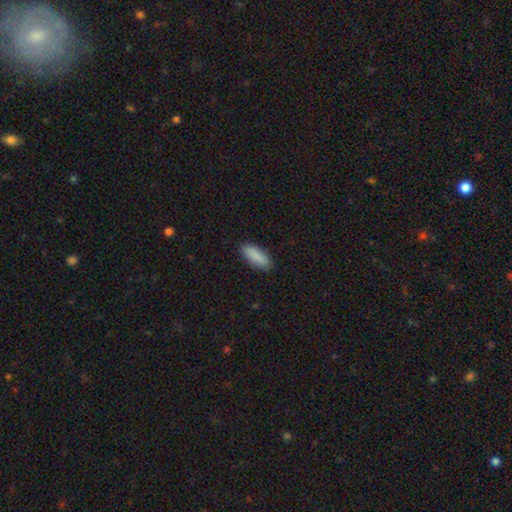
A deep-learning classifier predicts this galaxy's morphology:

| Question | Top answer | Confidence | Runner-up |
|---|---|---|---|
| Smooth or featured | smooth | 89% | star or artifact (6%) |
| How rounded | in between | 66% | cigar-shaped (32%) |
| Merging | none | 87% | minor disturbance (10%) |